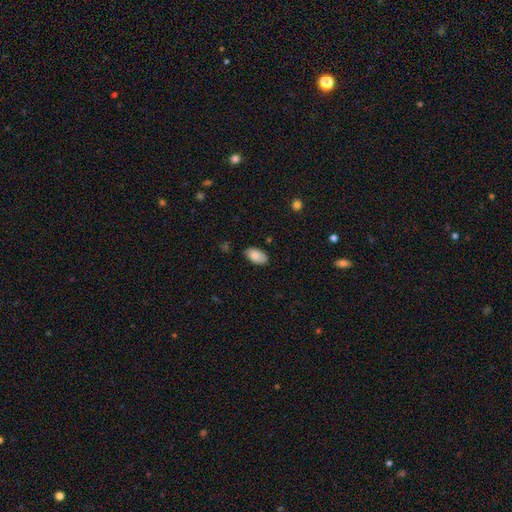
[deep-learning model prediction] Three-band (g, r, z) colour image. It shows a smooth galaxy with no disk features (84%) that is in between round and cigar-shaped (95%). Merging: none (80%).